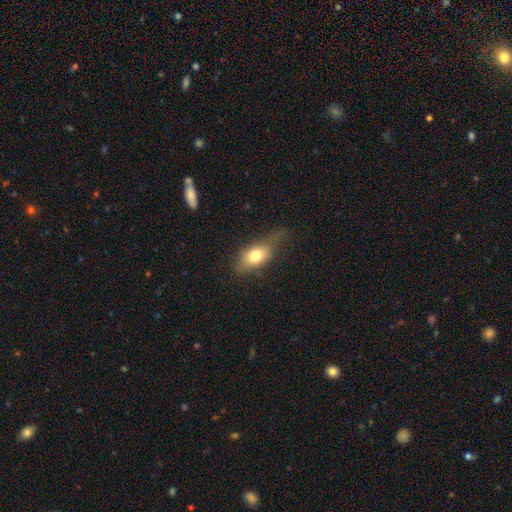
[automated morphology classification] Q: Smooth or featured?
A: smooth (73%); runner-up: featured or disk (18%)
Q: How rounded?
A: in between (81%); runner-up: round (11%)
Q: Merging?
A: none (50%); runner-up: minor disturbance (31%)